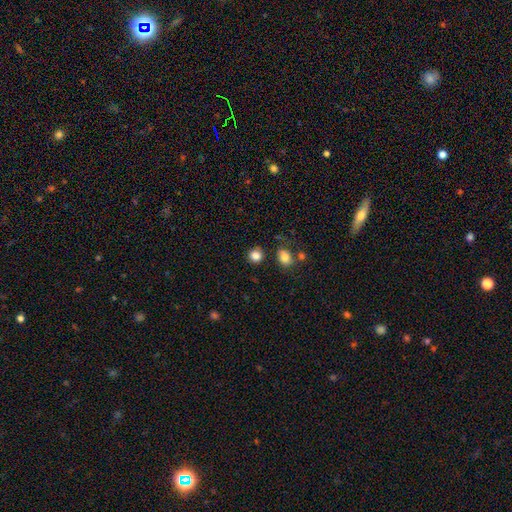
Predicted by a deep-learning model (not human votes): smooth-or-featured: smooth: 84% | star or artifact: 11% | featured or disk: 5%
  how-rounded: round: 86% | in between: 13% | cigar-shaped: 1%
  merging: none: 83% | minor disturbance: 9% | merger: 5% | major disturbance: 3%